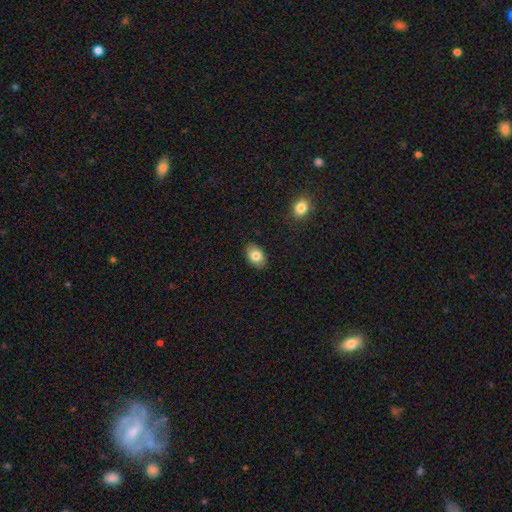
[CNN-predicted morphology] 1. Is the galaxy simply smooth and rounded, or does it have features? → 82% smooth, 10% featured or disk, 8% star or artifact.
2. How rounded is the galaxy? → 85% in between, 14% round, 1% cigar-shaped.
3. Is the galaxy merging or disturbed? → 87% none, 10% minor disturbance, 2% major disturbance, 1% merger.